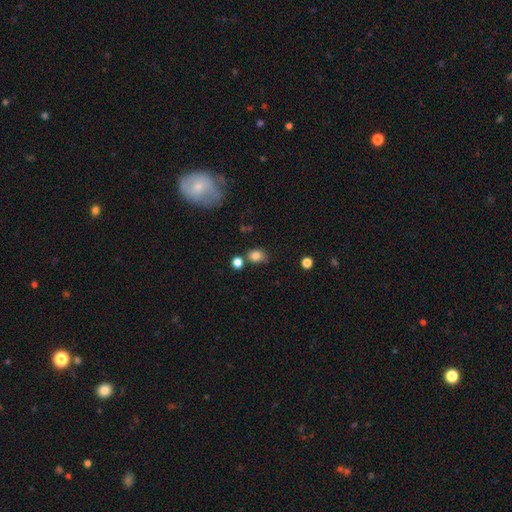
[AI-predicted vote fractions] Smooth or featured: smooth — 81% (star or artifact — 12%)
How rounded: round — 57% (in between — 42%)
Merging: none — 66% (minor disturbance — 16%)